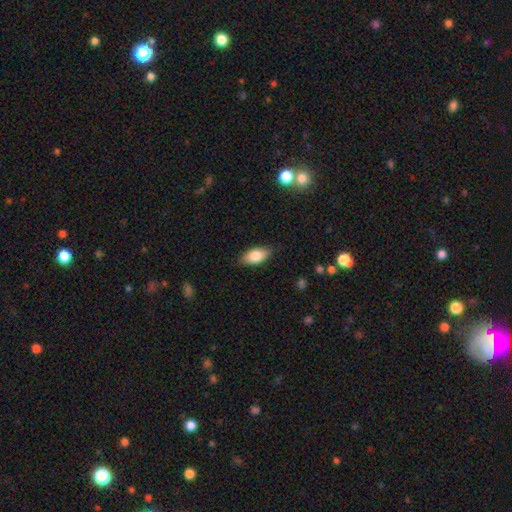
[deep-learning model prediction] Smooth or featured?
  - smooth: 80% *
  - featured or disk: 14%
  - star or artifact: 7%
How rounded?
  - in between: 88% *
  - cigar-shaped: 8%
  - round: 4%
Merging?
  - none: 84% *
  - minor disturbance: 12%
  - major disturbance: 2%
  - merger: 1%